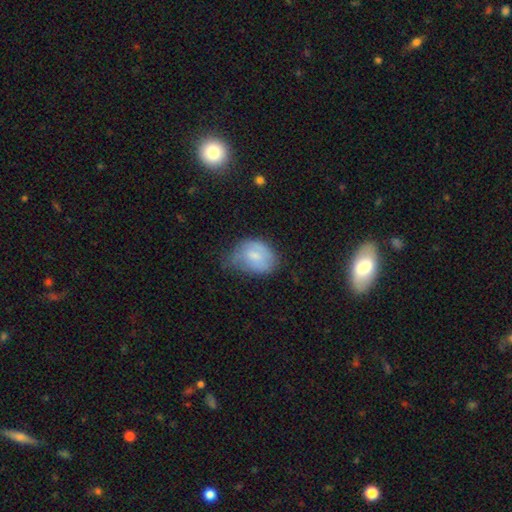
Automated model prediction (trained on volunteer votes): This appears to be a smooth galaxy with no disk features (70%) that is in between round and cigar-shaped (70%). Merging: minor disturbance (45%).